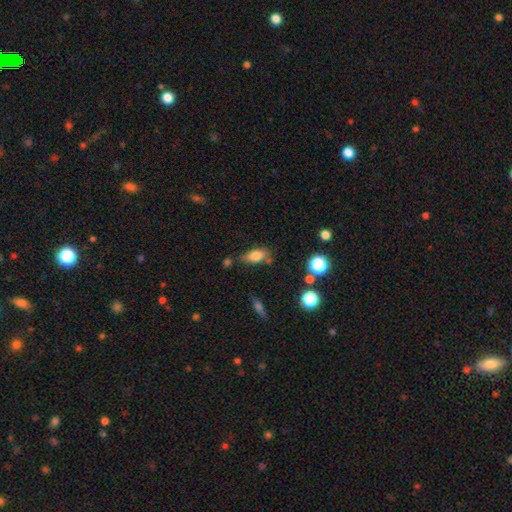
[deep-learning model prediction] Q: Smooth or featured?
A: smooth (78%); runner-up: featured or disk (13%)
Q: How rounded?
A: in between (84%); runner-up: cigar-shaped (10%)
Q: Merging?
A: none (63%); runner-up: minor disturbance (23%)